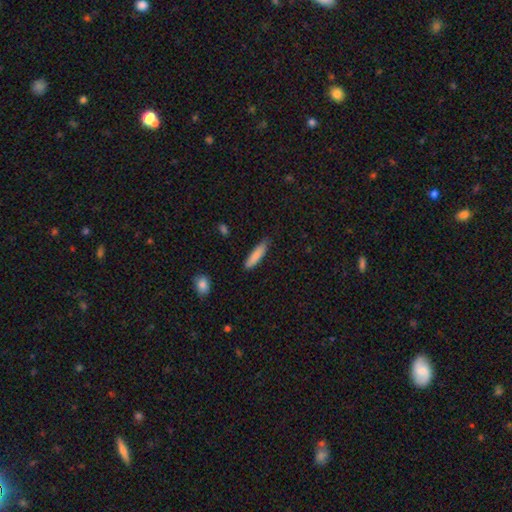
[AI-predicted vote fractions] Morphology: type=smooth (84%); roundness=cigar-shaped (75%); merging=none (80%).